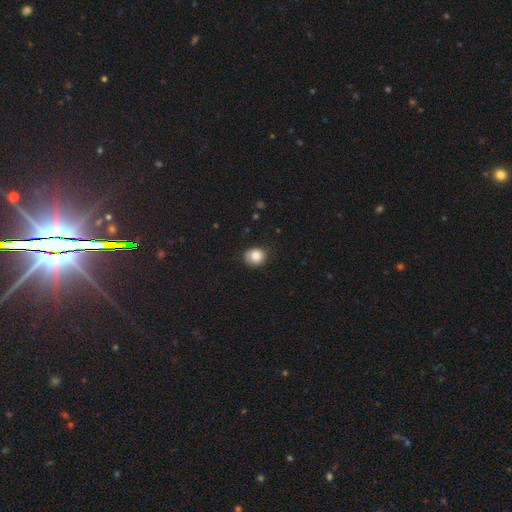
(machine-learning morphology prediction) Overall: smooth (82%). How rounded: round (73%). Merging: none (72%).